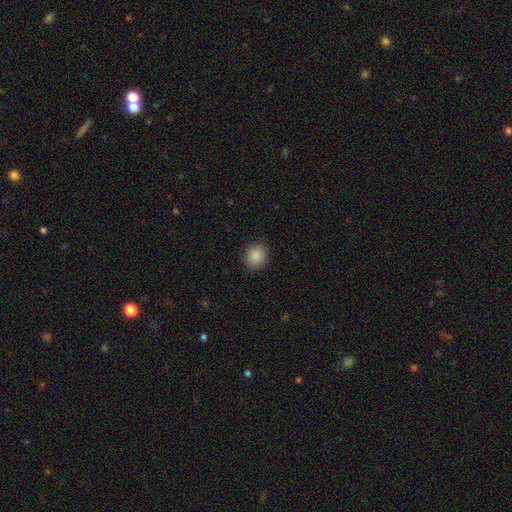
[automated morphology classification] type=smooth (88%); roundness=round (81%); merging=none (90%).